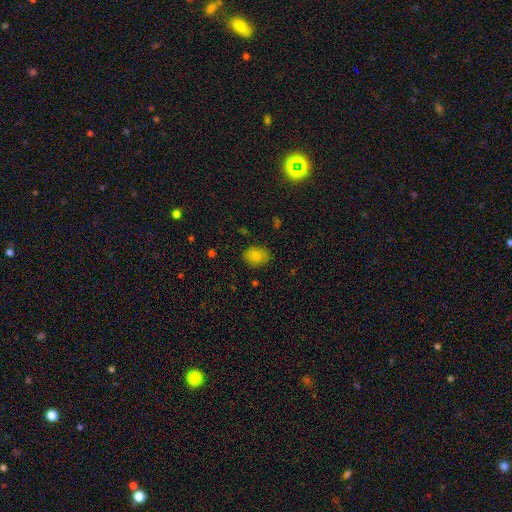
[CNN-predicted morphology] Smooth or featured?
  - smooth: 84% *
  - star or artifact: 10%
  - featured or disk: 6%
How rounded?
  - in between: 60% *
  - round: 39%
  - cigar-shaped: 1%
Merging?
  - none: 82% *
  - minor disturbance: 14%
  - major disturbance: 3%
  - merger: 1%